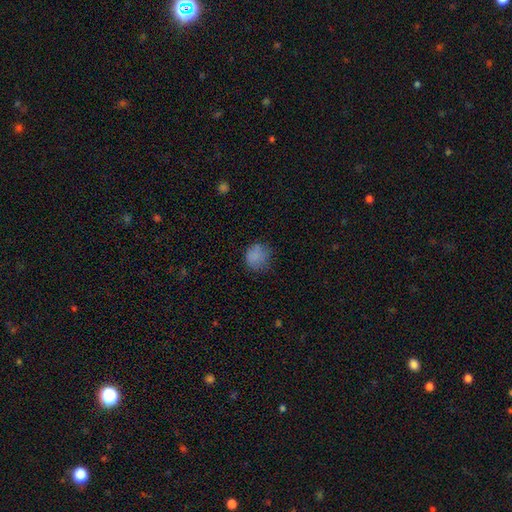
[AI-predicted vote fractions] smooth_or_featured: smooth (p=0.81) [alt: star or artifact p=0.12]
how_rounded: round (p=0.79) [alt: in between p=0.20]
merging: none (p=0.66) [alt: minor disturbance p=0.24]